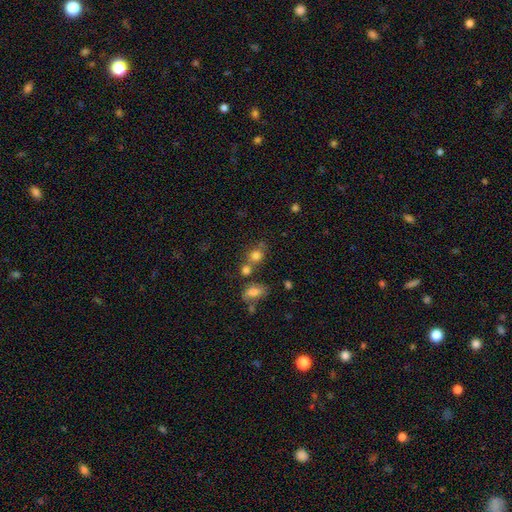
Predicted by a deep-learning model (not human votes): Smooth or featured? smooth (77%)
How rounded? round (69%)
Merging? none (54%)